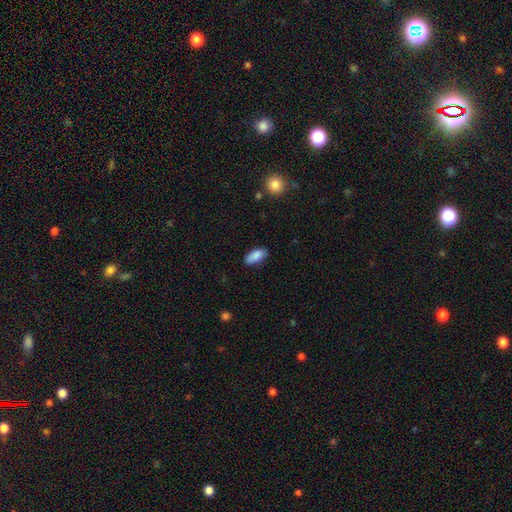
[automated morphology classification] smooth 86%, star or artifact 7%, featured or disk 6%. Down the decision tree: how rounded — in between (86%); merging — none (78%).